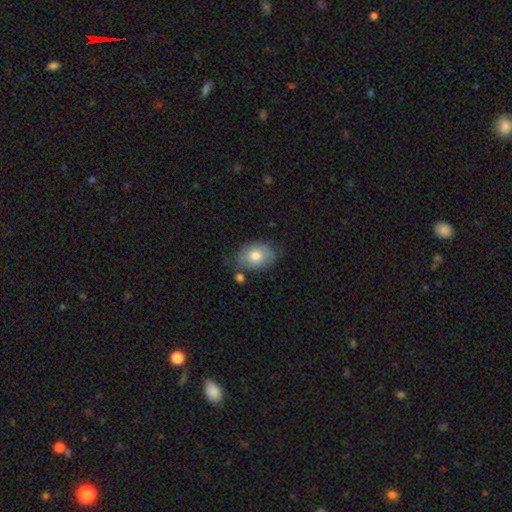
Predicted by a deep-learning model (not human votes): Smooth or featured: smooth — 71% (featured or disk — 22%)
How rounded: in between — 74% (round — 25%)
Merging: none — 64% (minor disturbance — 24%)